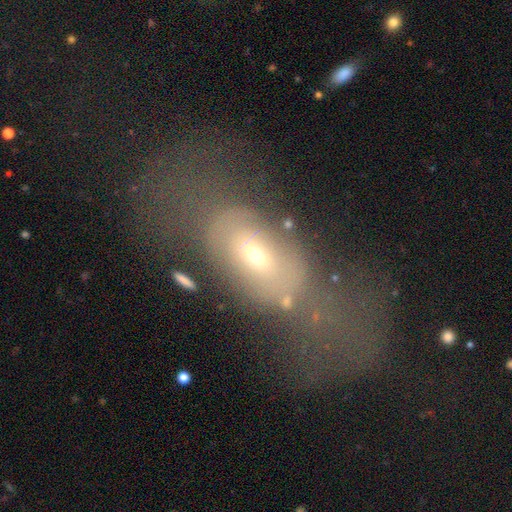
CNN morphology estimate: smooth-or-featured: smooth: 49% | featured or disk: 38% | star or artifact: 13%
  merging: major disturbance: 39% | none: 34% | minor disturbance: 17% | merger: 11%